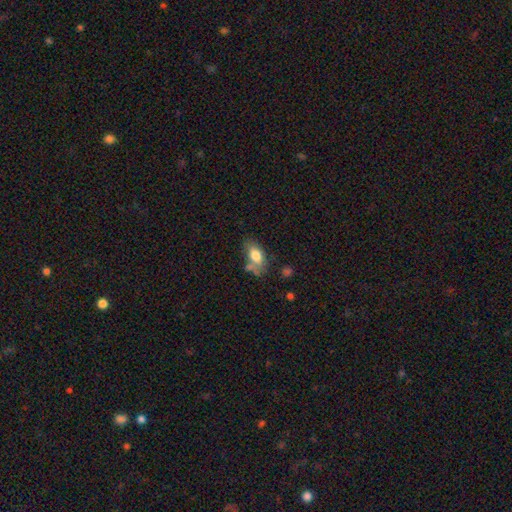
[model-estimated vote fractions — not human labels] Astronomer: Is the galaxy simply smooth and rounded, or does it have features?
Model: smooth — 76%.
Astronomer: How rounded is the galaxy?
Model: in between — 89%.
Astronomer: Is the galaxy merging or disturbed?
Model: none — 49% (runner-up: minor disturbance, 24%).